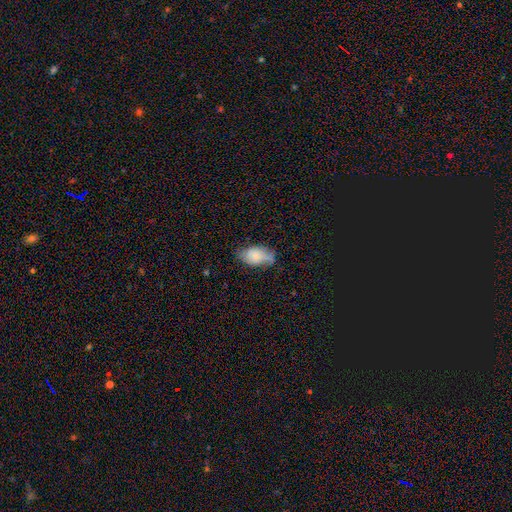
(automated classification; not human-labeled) smooth_or_featured: smooth (p=0.71) [alt: featured or disk p=0.21]
how_rounded: in between (p=0.92) [alt: round p=0.05]
merging: none (p=0.48) [alt: minor disturbance p=0.35]